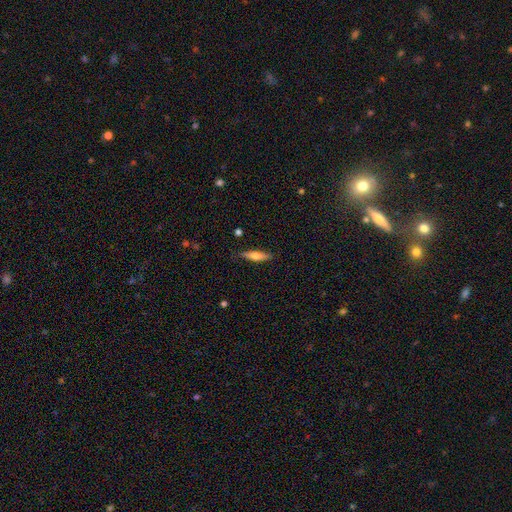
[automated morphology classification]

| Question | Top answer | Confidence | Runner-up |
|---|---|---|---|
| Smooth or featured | smooth | 63% | featured or disk (30%) |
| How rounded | cigar-shaped | 77% | in between (21%) |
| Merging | none | 82% | minor disturbance (14%) |